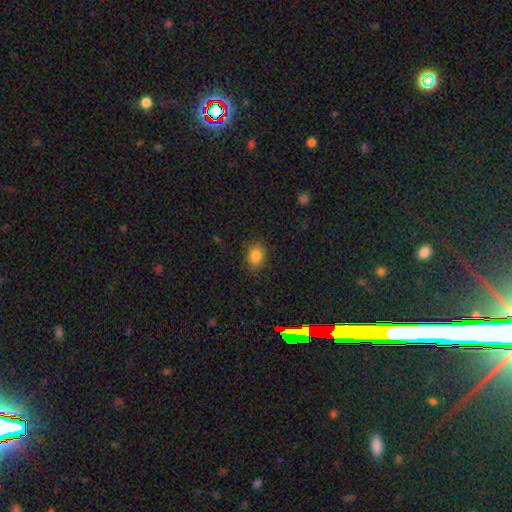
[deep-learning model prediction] Smooth or featured? smooth (82%)
How rounded? in between (57%)
Merging? none (85%)